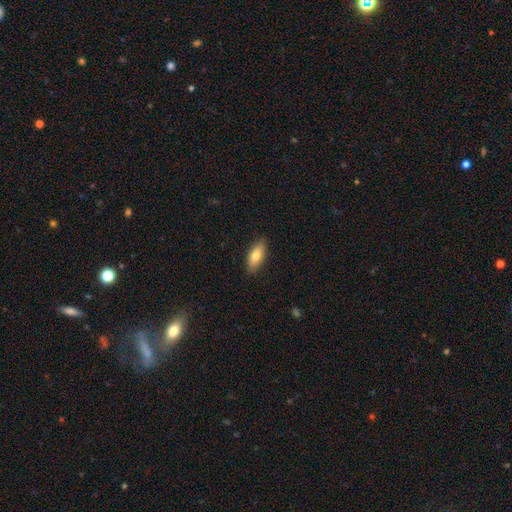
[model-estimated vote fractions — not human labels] The model was most divided on "how rounded": in between: 79%, cigar-shaped: 18%, round: 3%. More confident: merging — none (87%); smooth or featured — smooth (78%).